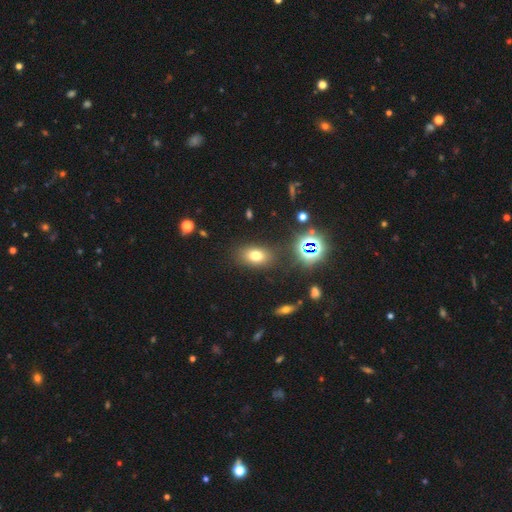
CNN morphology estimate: A smooth galaxy with no disk features (68%) that is in between round and cigar-shaped (78%).

Vote fractions:
- Smooth or featured? smooth: 68% / star or artifact: 21% / featured or disk: 12%
- How rounded? in between: 78% / round: 20% / cigar-shaped: 2%
- Merging? none: 83% / minor disturbance: 10% / major disturbance: 4% / merger: 3%